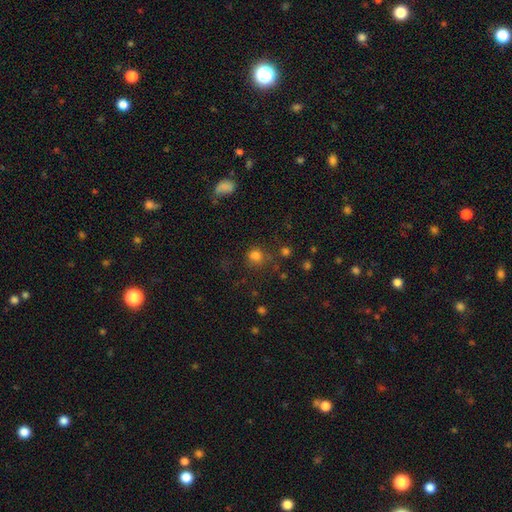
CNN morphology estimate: Smooth or featured? Predicted: smooth (p=0.77). How rounded? Predicted: round (p=0.85). Merging? Predicted: none (p=0.72).